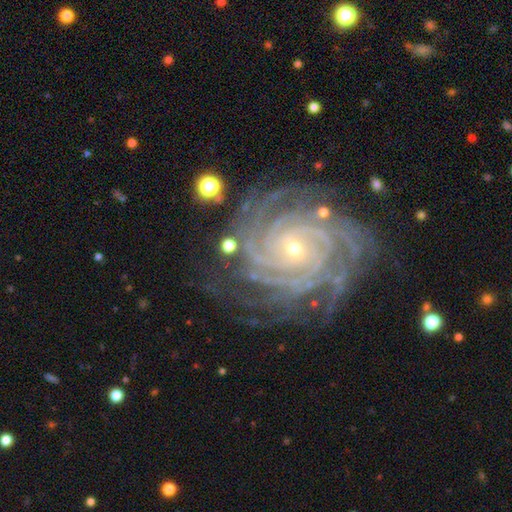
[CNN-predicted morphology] The model was most divided on "spiral arm count": more than 4: 31%, 4: 28%, can't tell: 13%, 3: 12%, 2: 9%, 1: 8%. More confident: spiral arms — yes (99%); edge-on disk — no (98%); smooth or featured — featured or disk (93%); spiral winding — tight (84%); bulge size — small (79%); merging — none (78%); bar — no (64%).